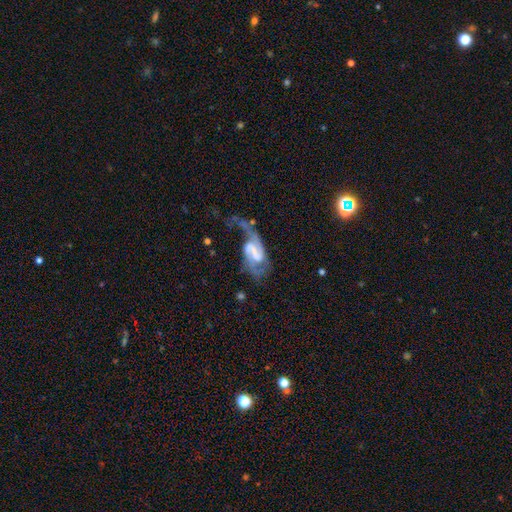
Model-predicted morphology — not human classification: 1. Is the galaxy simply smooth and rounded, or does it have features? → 81% featured or disk, 11% smooth, 8% star or artifact.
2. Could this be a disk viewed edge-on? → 96% no, 4% yes.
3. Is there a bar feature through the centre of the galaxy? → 48% weak, 27% no, 26% strong.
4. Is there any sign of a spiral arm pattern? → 91% yes, 9% no.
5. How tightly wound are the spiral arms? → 48% loose, 38% medium, 14% tight.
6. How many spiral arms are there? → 76% 2, 12% 1, 7% can't tell, 3% 3, 1% 4, 1% more than 4.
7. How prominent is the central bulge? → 31% none, 30% small, 26% moderate, 10% large, 2% dominant.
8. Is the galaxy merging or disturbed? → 41% major disturbance, 32% none, 18% minor disturbance, 8% merger.